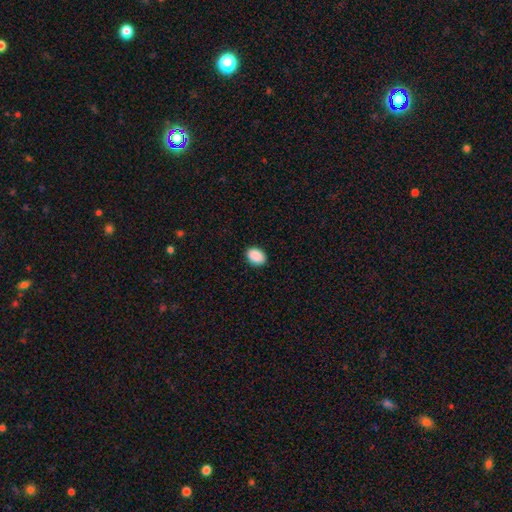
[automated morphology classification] type=smooth (91%); roundness=in between (80%); merging=none (89%).